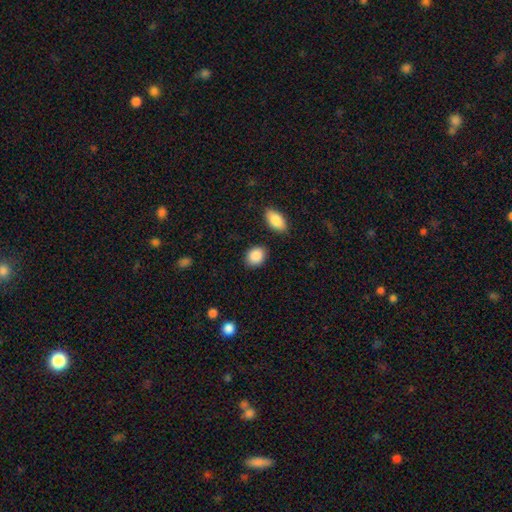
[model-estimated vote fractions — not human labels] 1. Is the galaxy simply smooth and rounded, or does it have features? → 90% smooth, 7% star or artifact, 4% featured or disk.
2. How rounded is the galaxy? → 61% in between, 37% round, 1% cigar-shaped.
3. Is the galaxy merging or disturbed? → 84% none, 10% minor disturbance, 3% merger, 3% major disturbance.